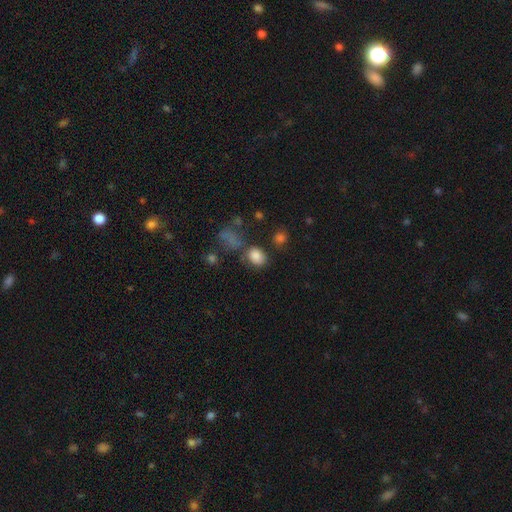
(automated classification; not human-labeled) Morphology: type=smooth (82%); roundness=in between (59%); merging=none (64%).